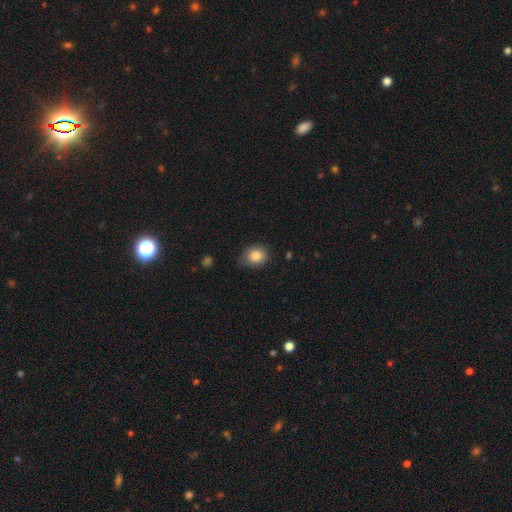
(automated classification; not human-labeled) Morphology: type=smooth (85%); roundness=round (61%); merging=none (74%).